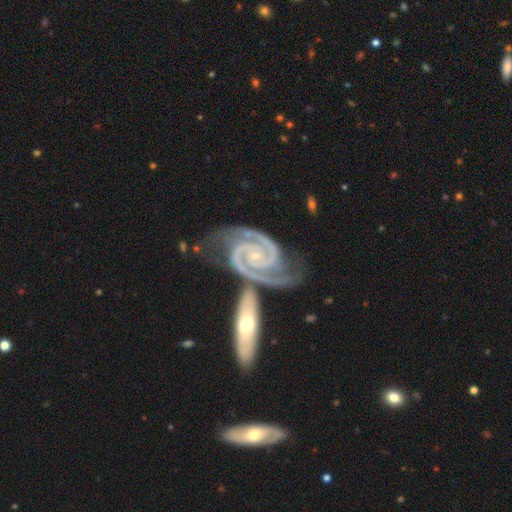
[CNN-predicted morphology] smooth_or_featured: featured or disk (p=0.95) [alt: star or artifact p=0.03]
disk_edge_on: no (p=0.97) [alt: yes p=0.03]
bar: no (p=0.65) [alt: weak p=0.23]
has_spiral_arms: yes (p=0.99) [alt: no p=0.01]
spiral_winding: tight (p=0.67) [alt: medium p=0.29]
spiral_arm_count: 2 (p=0.90) [alt: 3 p=0.04]
bulge_size: small (p=0.81) [alt: moderate p=0.13]
merging: none (p=0.55) [alt: merger p=0.20]